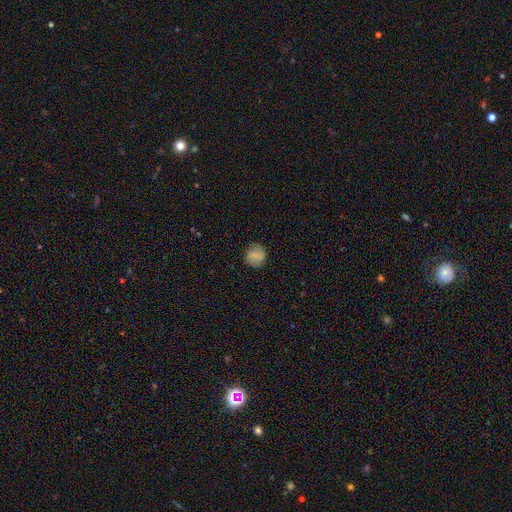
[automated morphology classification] Smooth or featured?
  - smooth: 57% *
  - featured or disk: 33%
  - star or artifact: 10%
How rounded?
  - round: 84% *
  - in between: 15%
  - cigar-shaped: 1%
Merging?
  - none: 81% *
  - minor disturbance: 13%
  - major disturbance: 5%
  - merger: 1%